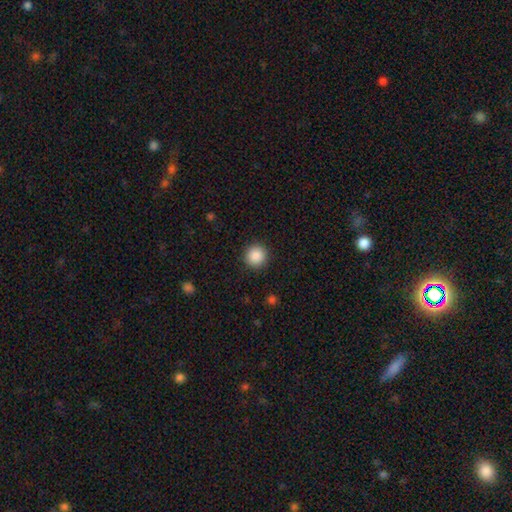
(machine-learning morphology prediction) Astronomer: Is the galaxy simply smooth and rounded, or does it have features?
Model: smooth — 88%.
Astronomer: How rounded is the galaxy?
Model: round — 95%.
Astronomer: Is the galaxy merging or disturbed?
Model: none — 92%.